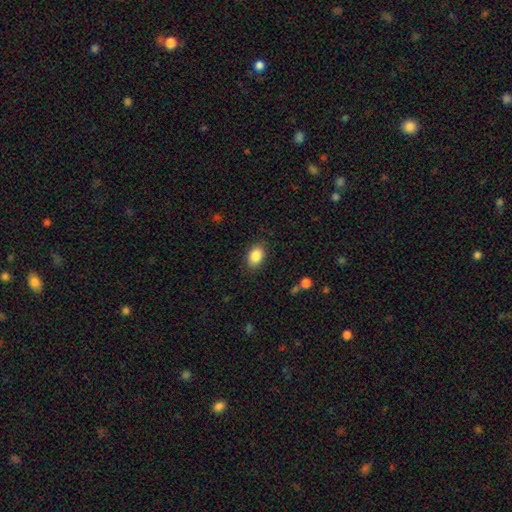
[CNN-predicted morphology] Smooth or featured? Predicted: smooth (p=0.87). How rounded? Predicted: in between (p=0.84). Merging? Predicted: none (p=0.84).